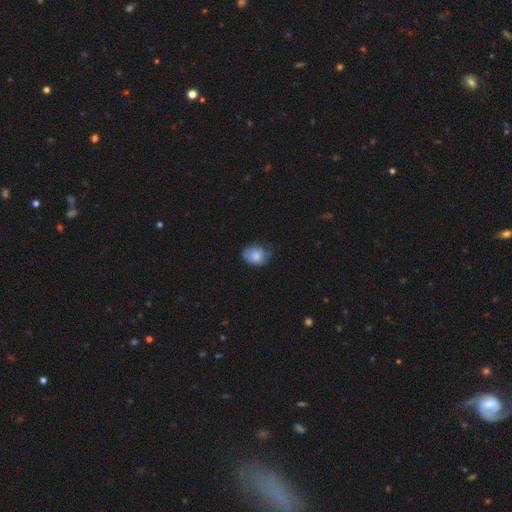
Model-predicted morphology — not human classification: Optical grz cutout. It shows a smooth galaxy with no disk features (79%) that is in between round and cigar-shaped (55%). Merging: none (53%).